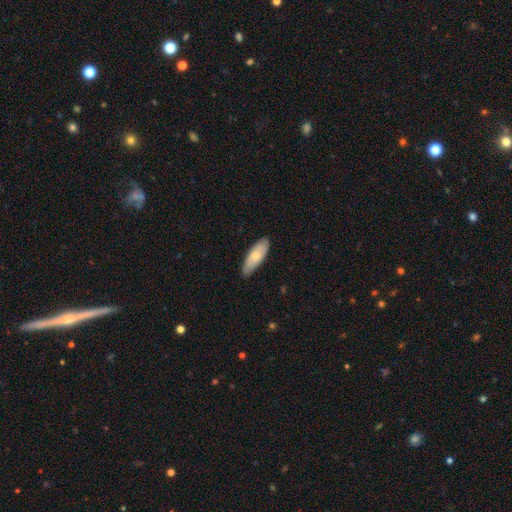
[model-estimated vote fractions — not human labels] This appears to be a smooth galaxy with no disk features (75%) that is in between round and cigar-shaped (68%). Merging: none (79%).